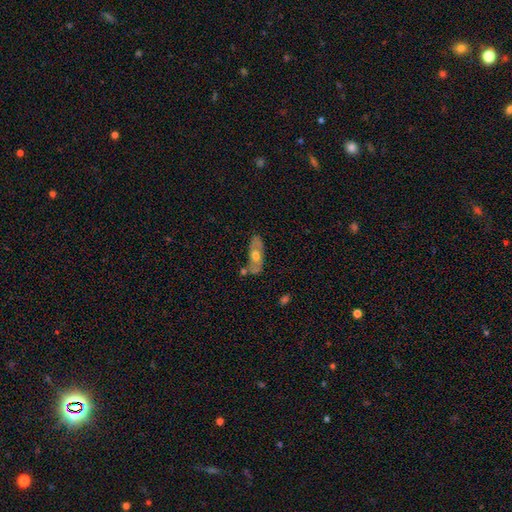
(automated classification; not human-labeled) smooth_or_featured: featured or disk (p=0.51) [alt: smooth p=0.43]
disk_edge_on: no (p=0.72) [alt: yes p=0.28]
merging: none (p=0.65) [alt: minor disturbance p=0.19]